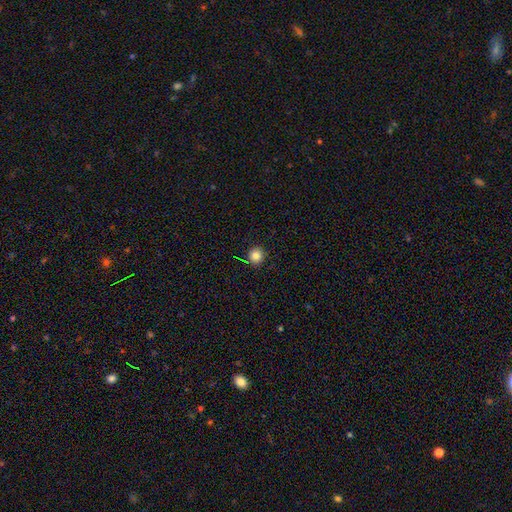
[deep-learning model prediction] Morphology: type=smooth (81%); roundness=round (95%); merging=none (89%).